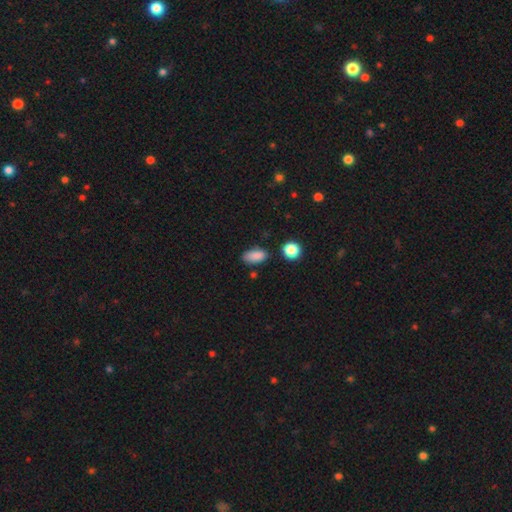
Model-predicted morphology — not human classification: type=smooth (86%); roundness=in between (88%); merging=none (79%).